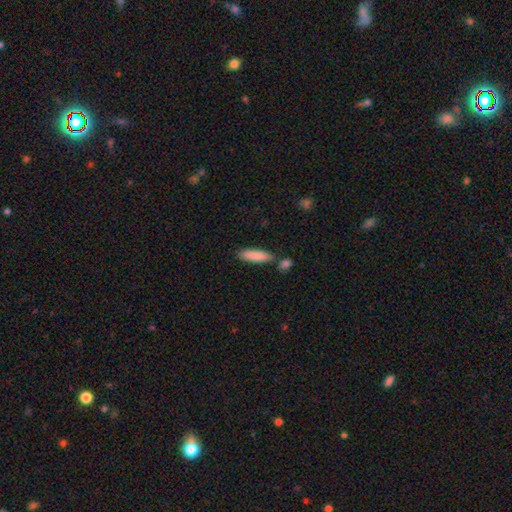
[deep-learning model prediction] A smooth galaxy with no disk features (86%) that is cigar-shaped (65%).

Vote fractions:
- Smooth or featured? smooth: 86% / featured or disk: 8% / star or artifact: 6%
- How rounded? cigar-shaped: 65% / in between: 33% / round: 2%
- Merging? none: 77% / minor disturbance: 11% / merger: 10% / major disturbance: 3%